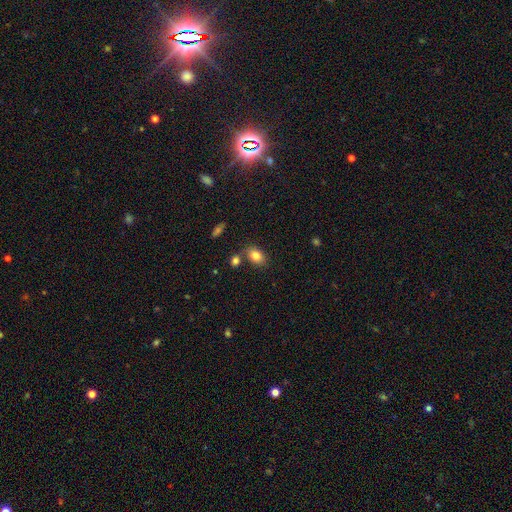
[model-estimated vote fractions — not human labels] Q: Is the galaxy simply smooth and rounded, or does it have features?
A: smooth — 82%.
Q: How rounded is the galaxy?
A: in between — 79%.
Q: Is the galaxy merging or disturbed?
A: none — 73%.